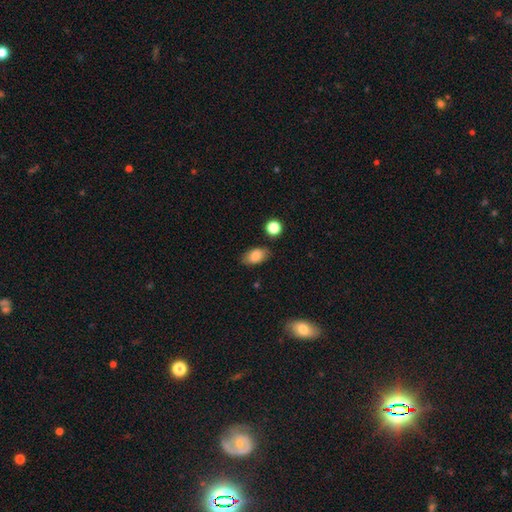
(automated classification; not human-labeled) A smooth galaxy with no disk features (84%) that is in between round and cigar-shaped (89%).

Vote fractions:
- Smooth or featured? smooth: 84% / star or artifact: 8% / featured or disk: 8%
- How rounded? in between: 89% / round: 8% / cigar-shaped: 2%
- Merging? none: 80% / minor disturbance: 14% / major disturbance: 3% / merger: 2%